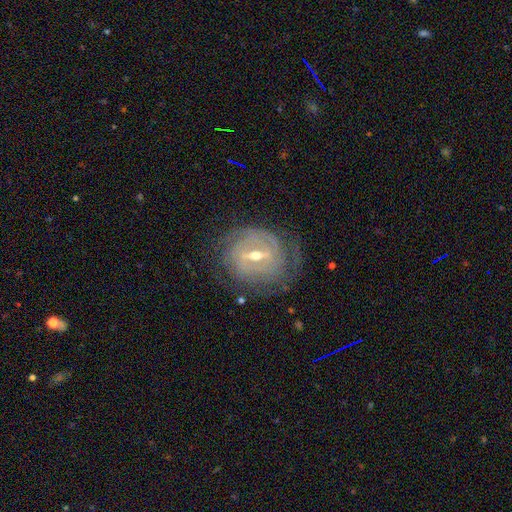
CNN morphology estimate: This is clearly a featured or disk galaxy (87%). It is clearly not viewed edge-on (93%). Bar: possibly strong (54%). Spiral arm pattern: clearly yes (90%). Spiral arm count: marginally can't tell (41%). Spiral winding: likely tight (71%). Central bulge: possibly moderate (57%). Merging: likely none (71%).